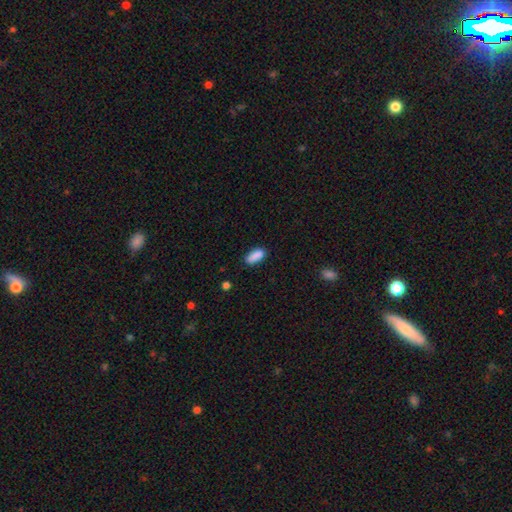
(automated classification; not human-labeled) Q: Smooth or featured?
A: smooth (88%); runner-up: star or artifact (8%)
Q: How rounded?
A: in between (80%); runner-up: cigar-shaped (17%)
Q: Merging?
A: none (81%); runner-up: minor disturbance (14%)